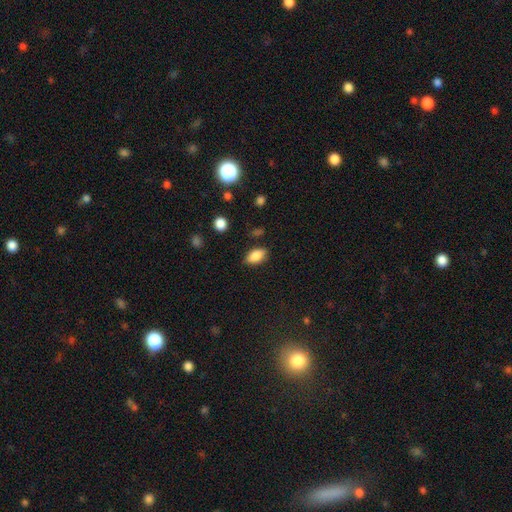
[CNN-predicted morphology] smooth_or_featured: smooth (p=0.86) [alt: star or artifact p=0.08]
how_rounded: in between (p=0.91) [alt: round p=0.06]
merging: none (p=0.83) [alt: minor disturbance p=0.12]